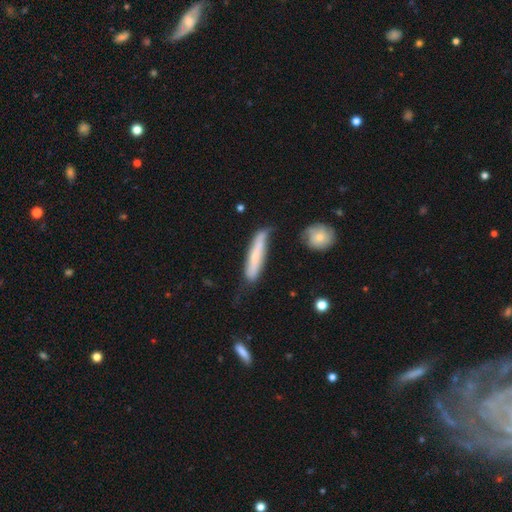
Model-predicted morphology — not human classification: This is possibly a smooth galaxy (60%). How rounded: clearly cigar-shaped (88%). Merging: possibly none (54%).